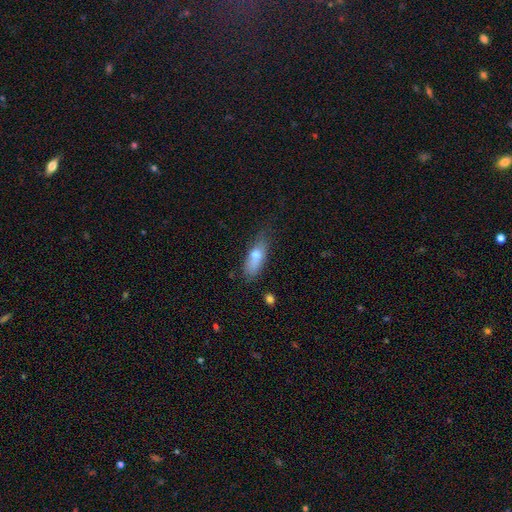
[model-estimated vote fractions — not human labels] A smooth galaxy with no disk features (73%) that is in between round and cigar-shaped (70%). Merging: none (52%).